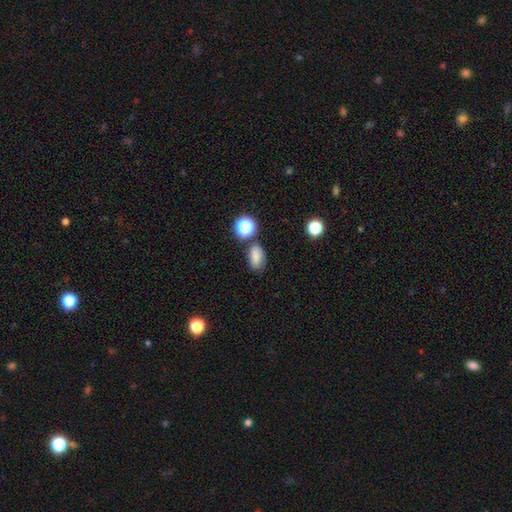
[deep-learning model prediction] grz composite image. It shows a smooth galaxy with no disk features (79%) that is in between round and cigar-shaped (84%). Merging: none (70%).